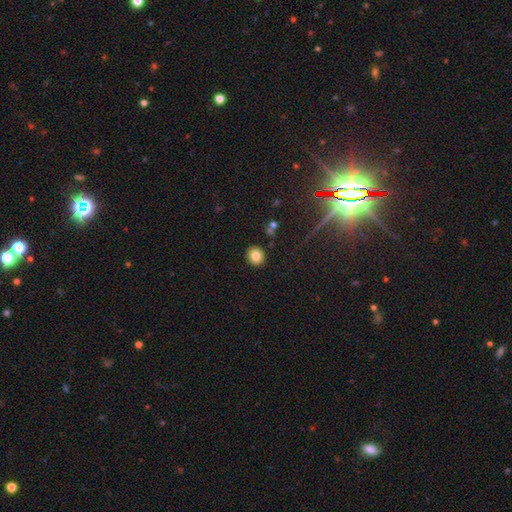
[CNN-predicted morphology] smooth 81%, star or artifact 11%, featured or disk 8%. Down the decision tree: how rounded — round (84%); merging — none (90%).